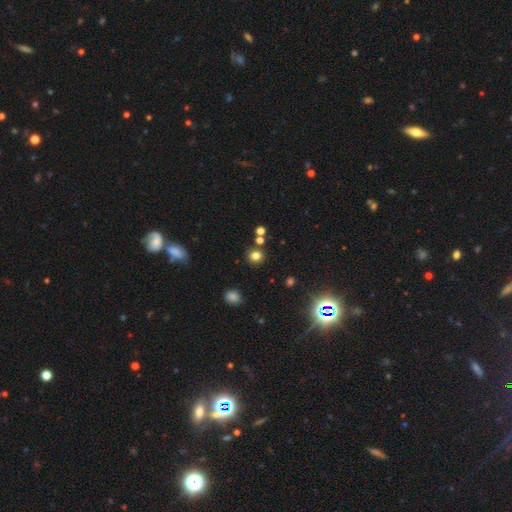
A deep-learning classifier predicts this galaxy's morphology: smooth-or-featured: smooth: 75% | star or artifact: 18% | featured or disk: 6%
  how-rounded: round: 89% | in between: 10% | cigar-shaped: 1%
  merging: none: 81% | merger: 8% | minor disturbance: 8% | major disturbance: 3%